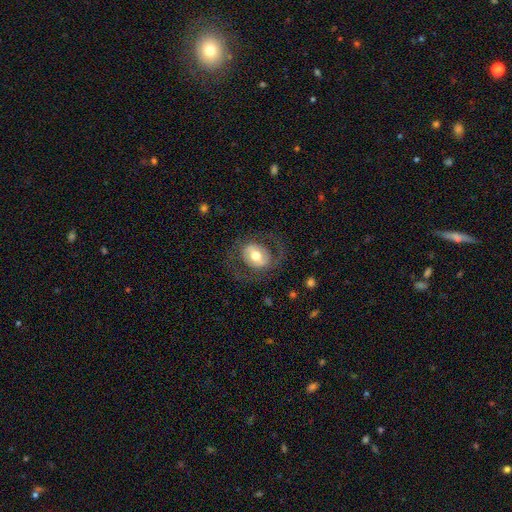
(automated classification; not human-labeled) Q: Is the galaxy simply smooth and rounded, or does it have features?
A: featured or disk — 60%.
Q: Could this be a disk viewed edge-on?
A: no — 95%.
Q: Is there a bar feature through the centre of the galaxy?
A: weak — 38%.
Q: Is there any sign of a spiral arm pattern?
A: yes — 57%.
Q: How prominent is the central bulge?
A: moderate — 69%.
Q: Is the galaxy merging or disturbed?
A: none — 69%.